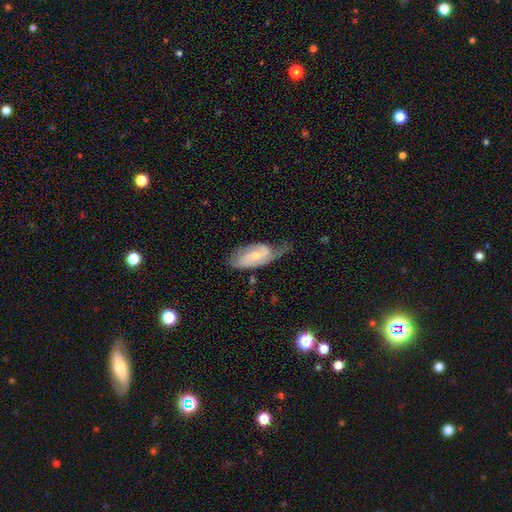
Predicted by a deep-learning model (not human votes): smooth_or_featured: featured or disk (p=0.73) [alt: smooth p=0.21]
disk_edge_on: no (p=0.94) [alt: yes p=0.06]
bar: no (p=0.48) [alt: weak p=0.41]
has_spiral_arms: yes (p=0.93) [alt: no p=0.07]
spiral_winding: medium (p=0.44) [alt: tight p=0.38]
spiral_arm_count: 2 (p=0.67) [alt: 1 p=0.16]
bulge_size: small (p=0.58) [alt: moderate p=0.34]
merging: none (p=0.48) [alt: minor disturbance p=0.33]